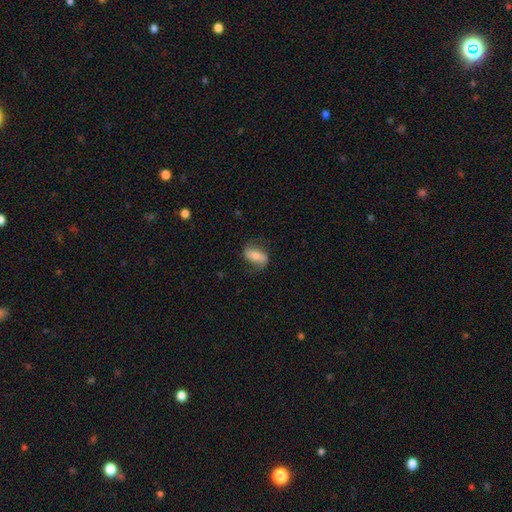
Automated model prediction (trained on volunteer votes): smooth_or_featured: smooth (p=0.51) [alt: featured or disk p=0.41]
how_rounded: in between (p=0.84) [alt: round p=0.08]
merging: none (p=0.69) [alt: minor disturbance p=0.21]